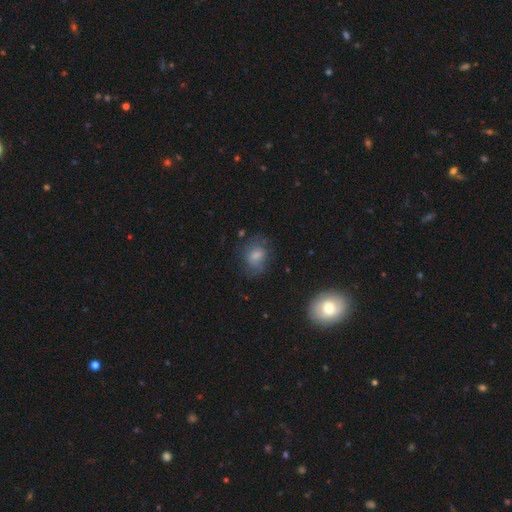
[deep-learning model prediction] smooth-or-featured: smooth: 59% | featured or disk: 30% | star or artifact: 11%
  how-rounded: in between: 55% | round: 43% | cigar-shaped: 1%
  merging: none: 58% | minor disturbance: 24% | major disturbance: 16% | merger: 3%